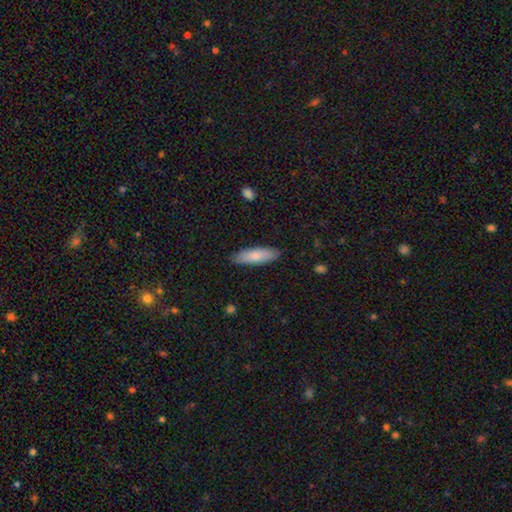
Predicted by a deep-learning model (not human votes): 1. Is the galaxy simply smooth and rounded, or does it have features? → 80% smooth, 15% featured or disk, 5% star or artifact.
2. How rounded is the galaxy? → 53% cigar-shaped, 46% in between, 2% round.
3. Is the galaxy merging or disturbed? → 88% none, 9% minor disturbance, 2% major disturbance, 1% merger.